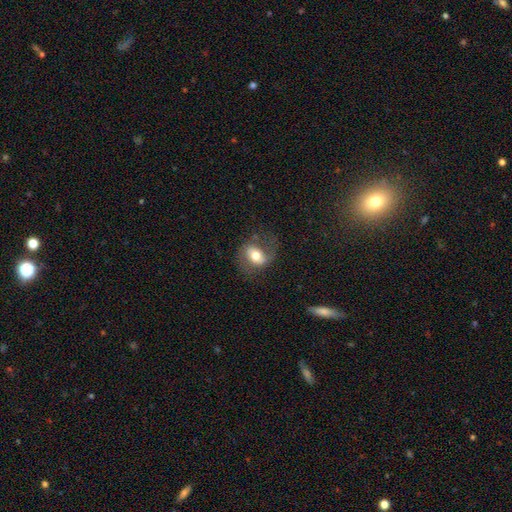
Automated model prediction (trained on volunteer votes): This appears to be a smooth galaxy with no disk features (48%). Merging: none (57%).